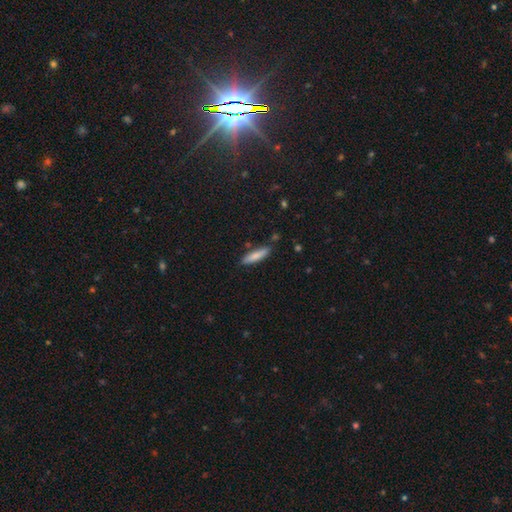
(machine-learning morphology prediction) Q: Smooth or featured?
A: smooth (79%); runner-up: featured or disk (15%)
Q: How rounded?
A: cigar-shaped (77%); runner-up: in between (22%)
Q: Merging?
A: none (84%); runner-up: minor disturbance (11%)